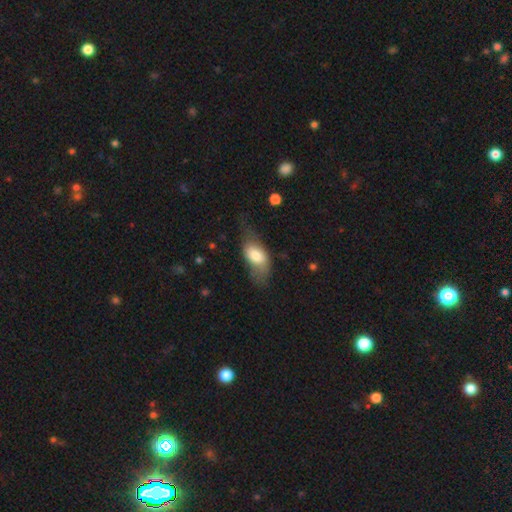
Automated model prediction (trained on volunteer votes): Smooth or featured? Predicted: smooth (p=0.72). How rounded? Predicted: in between (p=0.89). Merging? Predicted: none (p=0.43).